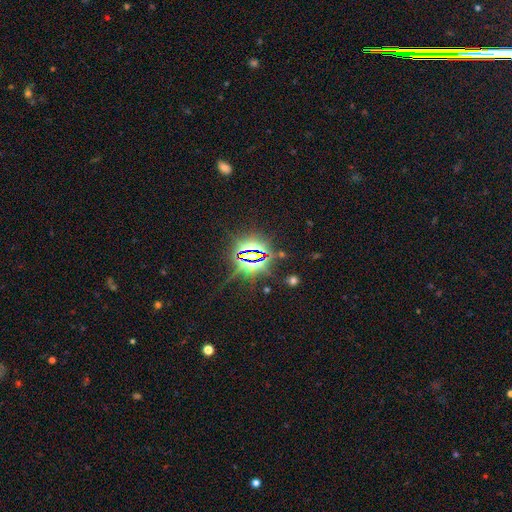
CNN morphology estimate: smooth-or-featured: star or artifact: 83% | smooth: 9% | featured or disk: 8%